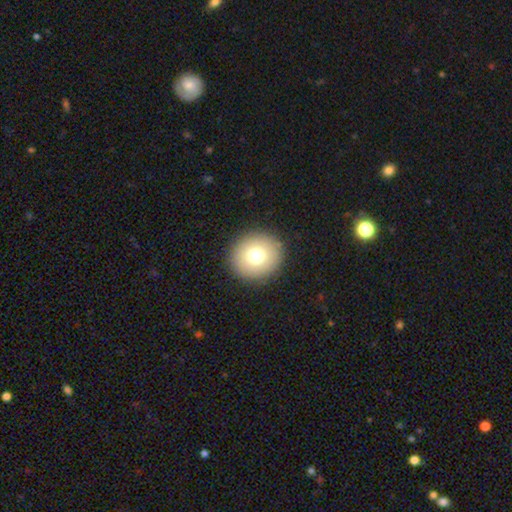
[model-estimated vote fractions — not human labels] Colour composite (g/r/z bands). It shows a smooth galaxy with no disk features (74%) that is round (89%). Merging: none (91%).